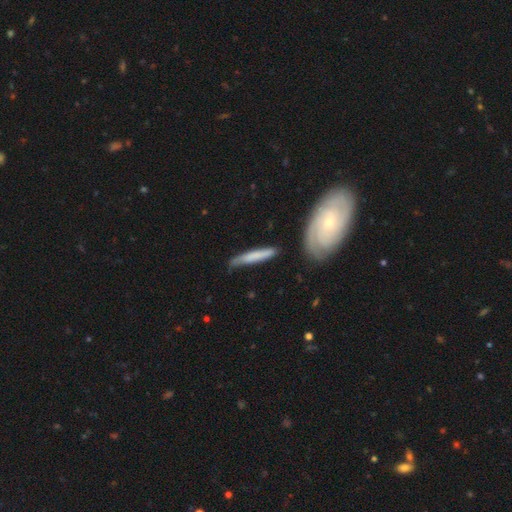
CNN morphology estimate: A smooth galaxy with no disk features (57%) that is cigar-shaped (91%).

Vote fractions:
- Smooth or featured? smooth: 57% / featured or disk: 38% / star or artifact: 5%
- How rounded? cigar-shaped: 91% / in between: 7% / round: 2%
- Merging? none: 74% / minor disturbance: 18% / merger: 4% / major disturbance: 4%